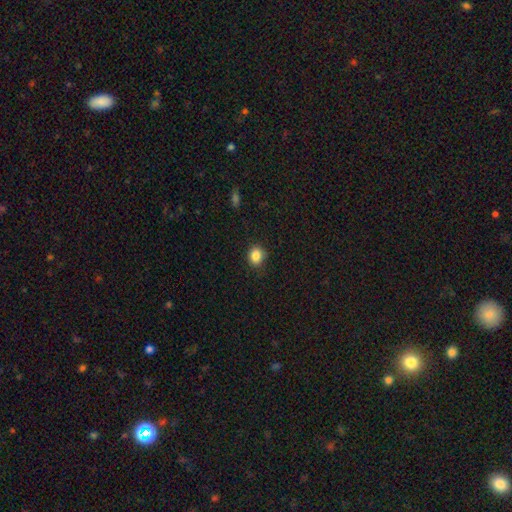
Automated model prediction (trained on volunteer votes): smooth-or-featured: smooth: 86% | star or artifact: 10% | featured or disk: 4%
  how-rounded: round: 71% | in between: 28% | cigar-shaped: 1%
  merging: none: 86% | minor disturbance: 10% | major disturbance: 2% | merger: 1%